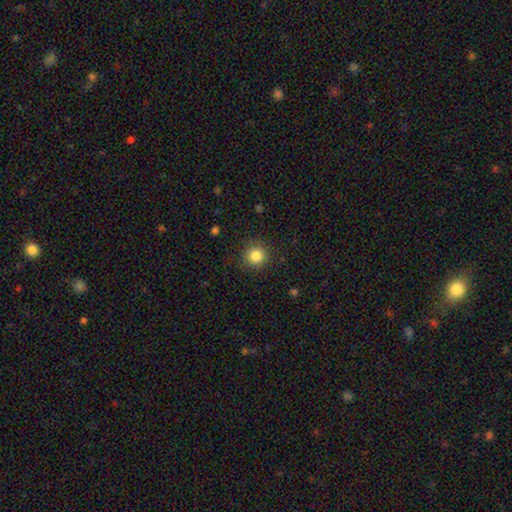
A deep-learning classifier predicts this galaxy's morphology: Smooth or featured?
  - smooth: 85% *
  - star or artifact: 11%
  - featured or disk: 5%
How rounded?
  - round: 94% *
  - in between: 5%
  - cigar-shaped: 1%
Merging?
  - none: 88% *
  - minor disturbance: 8%
  - major disturbance: 3%
  - merger: 1%